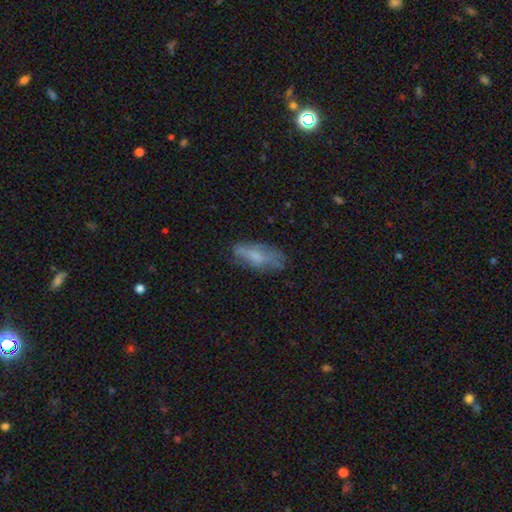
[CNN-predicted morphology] This is possibly a smooth galaxy (59%). How rounded: likely in between (74%). Merging: possibly none (57%).